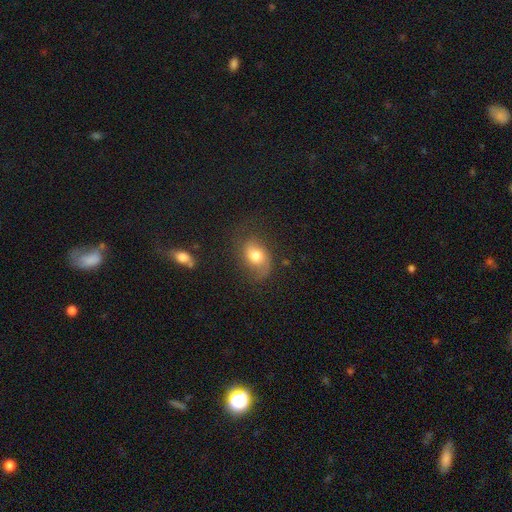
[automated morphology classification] The model was most divided on "smooth or featured": smooth: 59%, featured or disk: 31%, star or artifact: 10%. More confident: how rounded — in between (73%); merging — none (60%).